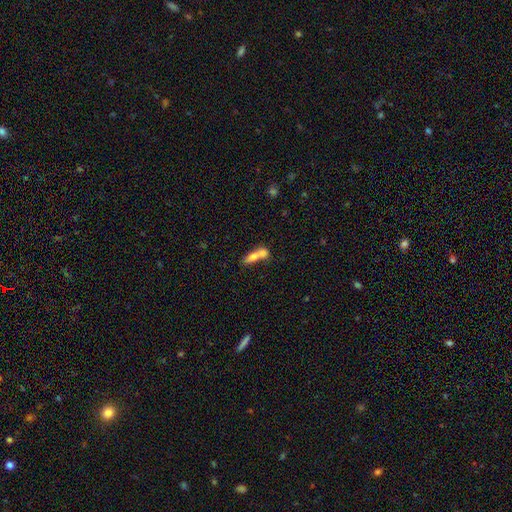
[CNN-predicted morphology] smooth 68%, featured or disk 23%, star or artifact 9%. Down the decision tree: how rounded — in between (49%); merging — merger (61%).